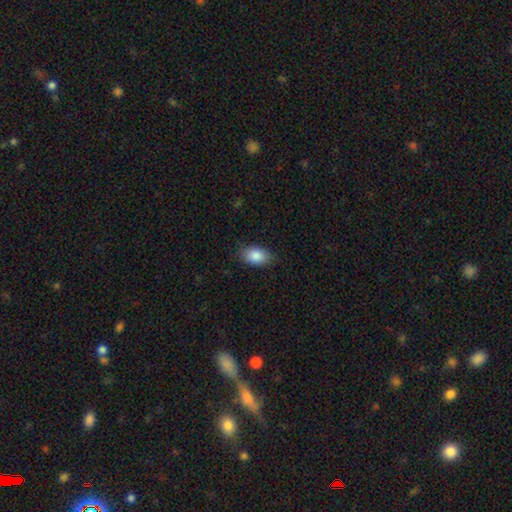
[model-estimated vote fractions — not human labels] smooth-or-featured: smooth: 87% | star or artifact: 7% | featured or disk: 6%
  how-rounded: in between: 91% | round: 7% | cigar-shaped: 2%
  merging: none: 84% | minor disturbance: 13% | major disturbance: 3% | merger: 1%